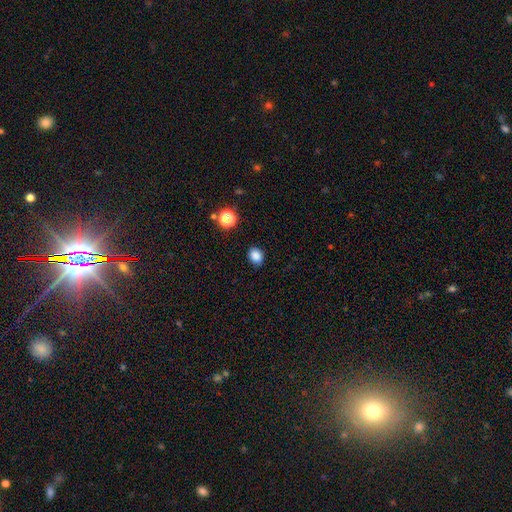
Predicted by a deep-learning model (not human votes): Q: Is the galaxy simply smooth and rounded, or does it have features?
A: smooth — 85%.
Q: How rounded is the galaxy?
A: round — 51%.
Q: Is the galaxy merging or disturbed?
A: none — 86%.